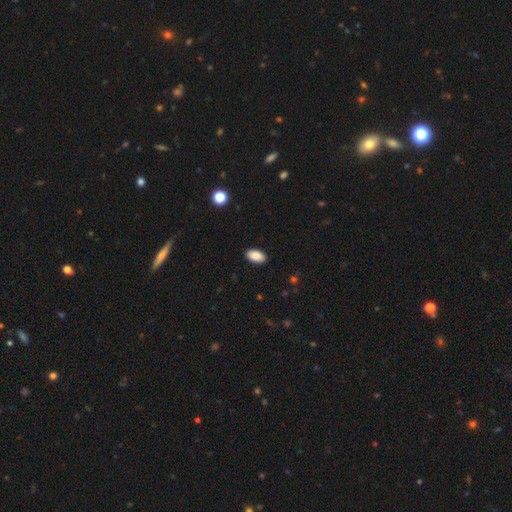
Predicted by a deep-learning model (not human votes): Smooth or featured? smooth (90%)
How rounded? in between (95%)
Merging? none (90%)